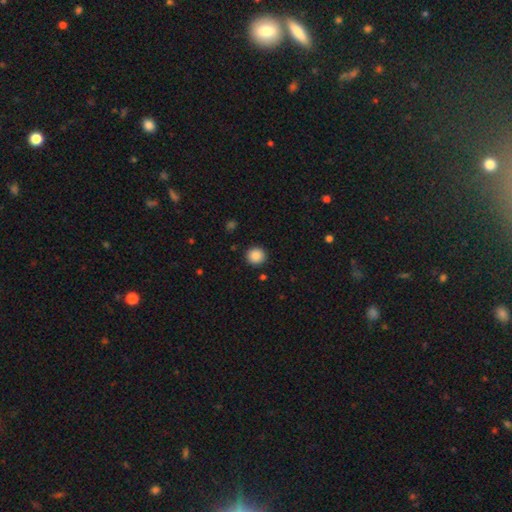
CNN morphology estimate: Q: Smooth or featured?
A: smooth (88%); runner-up: star or artifact (9%)
Q: How rounded?
A: round (93%); runner-up: in between (6%)
Q: Merging?
A: none (91%); runner-up: minor disturbance (6%)